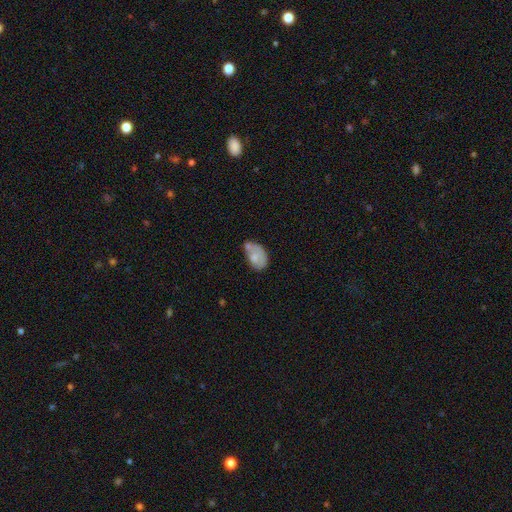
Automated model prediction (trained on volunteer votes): A smooth galaxy with no disk features (67%) that is in between round and cigar-shaped (87%). Merging: minor disturbance (29%).